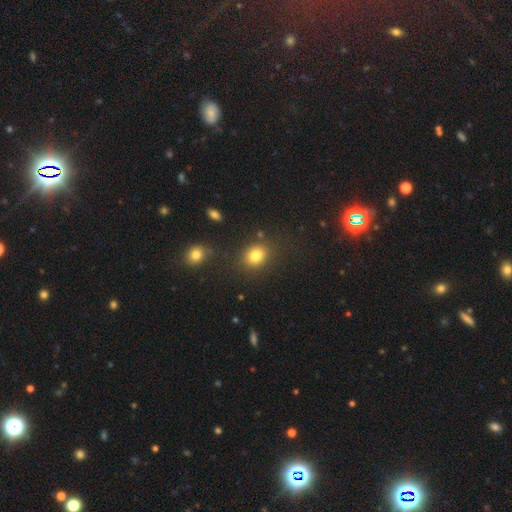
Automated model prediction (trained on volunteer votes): Smooth or featured? Predicted: smooth (p=0.81). How rounded? Predicted: round (p=0.57). Merging? Predicted: none (p=0.80).